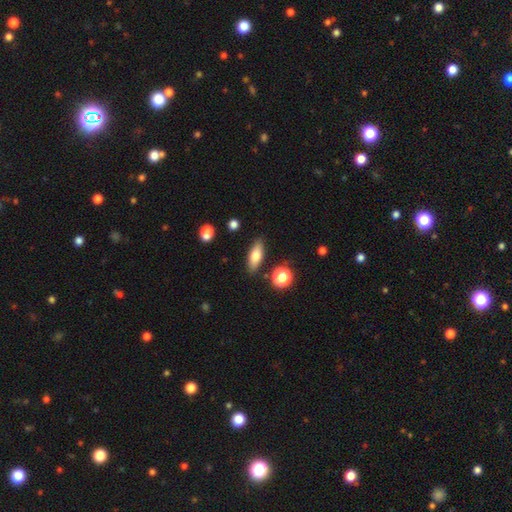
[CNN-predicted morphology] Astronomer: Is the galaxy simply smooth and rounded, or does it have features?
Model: smooth — 70%.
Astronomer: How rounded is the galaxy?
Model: in between — 66%.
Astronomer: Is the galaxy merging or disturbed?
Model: none — 85%.